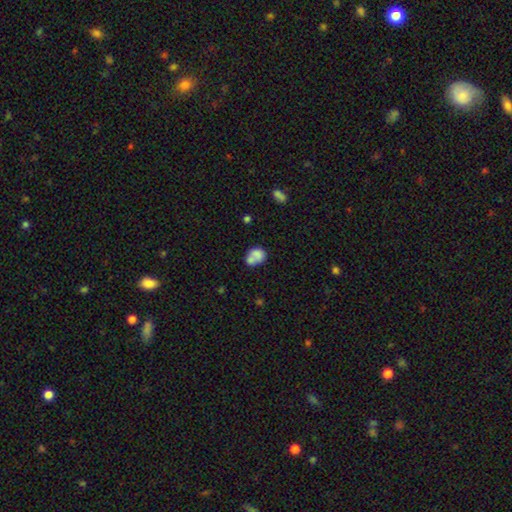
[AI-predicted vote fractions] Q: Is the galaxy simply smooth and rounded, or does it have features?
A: smooth — 71%.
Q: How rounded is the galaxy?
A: in between — 53%.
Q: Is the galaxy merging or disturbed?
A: merger — 42%.